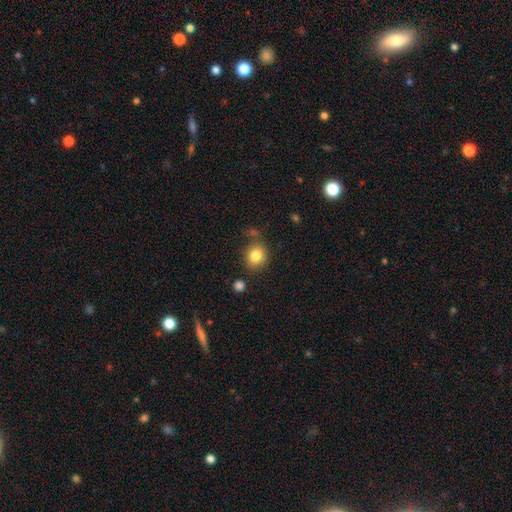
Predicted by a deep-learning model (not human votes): smooth-or-featured: smooth: 83% | star or artifact: 10% | featured or disk: 7%
  how-rounded: round: 76% | in between: 23% | cigar-shaped: 1%
  merging: none: 76% | minor disturbance: 13% | merger: 7% | major disturbance: 4%